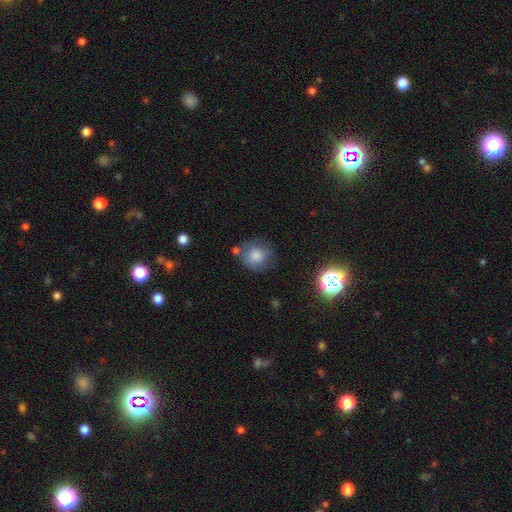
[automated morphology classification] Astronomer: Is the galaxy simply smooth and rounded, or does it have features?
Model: smooth — 76%.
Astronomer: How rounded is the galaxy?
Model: round — 85%.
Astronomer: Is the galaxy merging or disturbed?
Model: none — 61%.